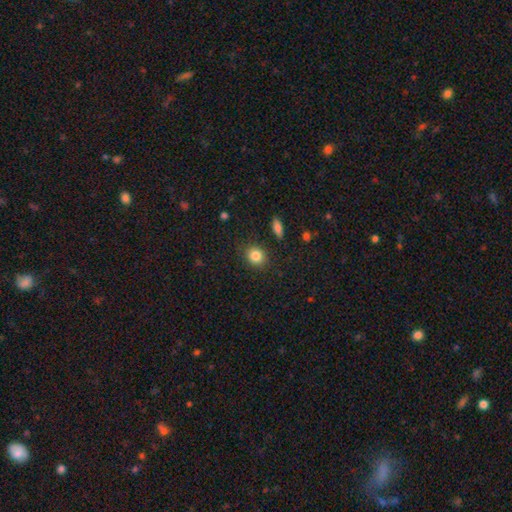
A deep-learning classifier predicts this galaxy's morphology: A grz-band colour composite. It shows a smooth galaxy with no disk features (85%) that is round (73%). Merging: none (86%).